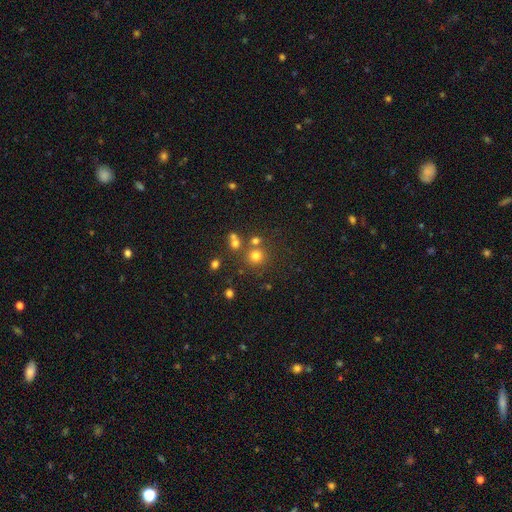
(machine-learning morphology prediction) A smooth galaxy with no disk features (71%) that is round (90%).

Vote fractions:
- Smooth or featured? smooth: 71% / star or artifact: 20% / featured or disk: 9%
- How rounded? round: 90% / in between: 9% / cigar-shaped: 1%
- Merging? none: 69% / merger: 18% / minor disturbance: 9% / major disturbance: 4%